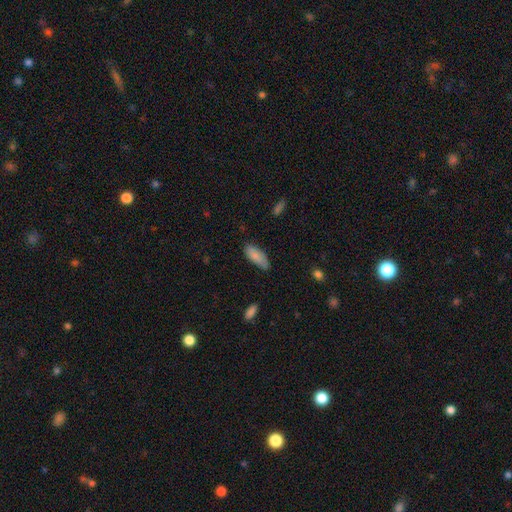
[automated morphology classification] A smooth galaxy with no disk features (84%) that is in between round and cigar-shaped (78%).

Vote fractions:
- Smooth or featured? smooth: 84% / featured or disk: 10% / star or artifact: 6%
- How rounded? in between: 78% / cigar-shaped: 20% / round: 2%
- Merging? none: 71% / minor disturbance: 23% / major disturbance: 4% / merger: 2%